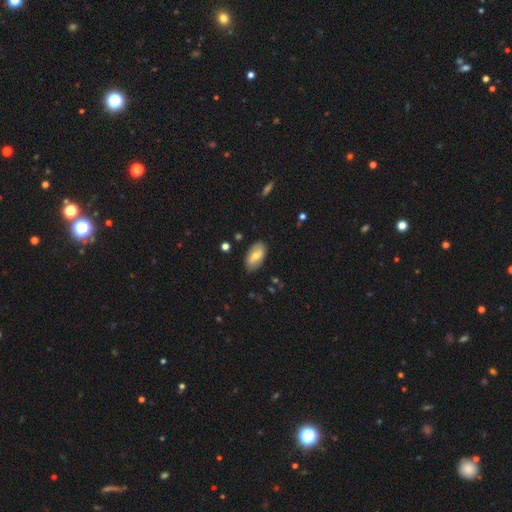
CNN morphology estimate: smooth 62%, featured or disk 31%, star or artifact 7%. Down the decision tree: how rounded — in between (93%); merging — none (82%).